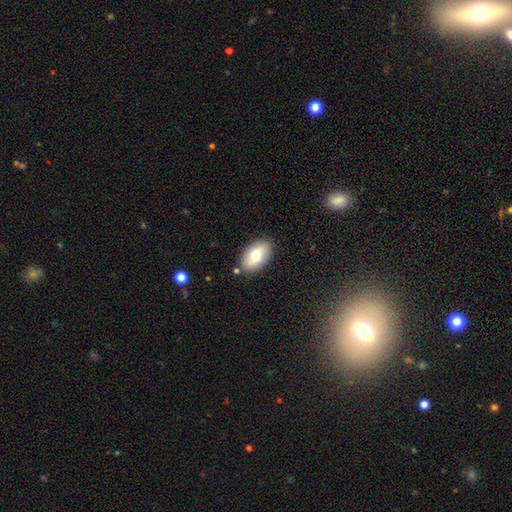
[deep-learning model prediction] Morphology: type=smooth (72%); roundness=in between (93%); merging=none (84%).